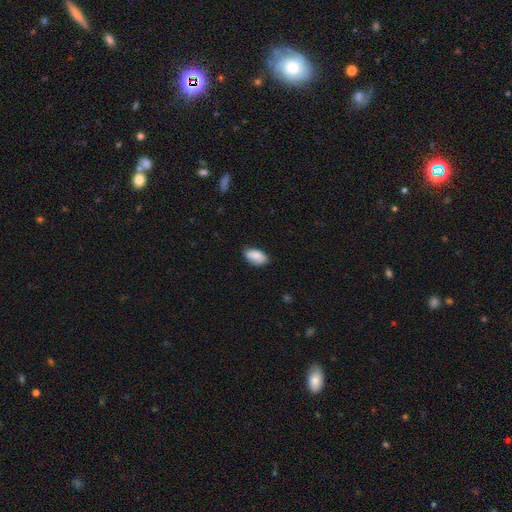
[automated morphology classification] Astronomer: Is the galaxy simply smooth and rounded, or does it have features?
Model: smooth — 86%.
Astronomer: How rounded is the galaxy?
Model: in between — 94%.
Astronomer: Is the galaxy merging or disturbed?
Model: none — 81%.